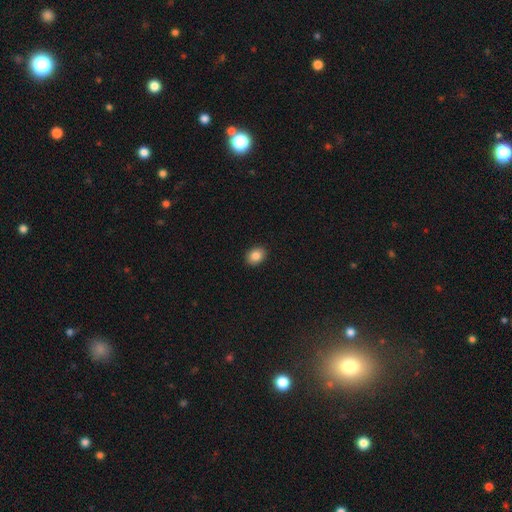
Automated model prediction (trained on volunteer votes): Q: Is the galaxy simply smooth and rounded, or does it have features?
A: smooth — 85%.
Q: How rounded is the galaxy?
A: in between — 62%.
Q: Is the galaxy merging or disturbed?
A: none — 91%.